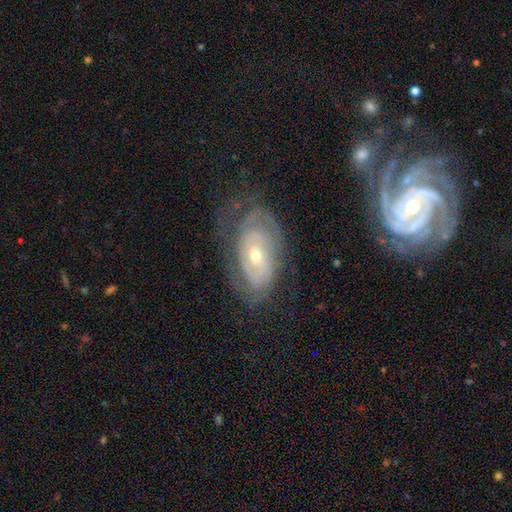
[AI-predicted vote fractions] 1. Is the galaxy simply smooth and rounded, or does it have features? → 79% featured or disk, 14% smooth, 7% star or artifact.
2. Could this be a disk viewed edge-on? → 93% no, 7% yes.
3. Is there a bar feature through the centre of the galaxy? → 70% no, 22% weak, 8% strong.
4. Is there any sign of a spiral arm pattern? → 85% yes, 15% no.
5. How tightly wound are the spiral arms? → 70% tight, 22% medium, 8% loose.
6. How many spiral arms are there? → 44% can't tell, 33% 2, 9% 3, 6% 1, 4% 4, 3% more than 4.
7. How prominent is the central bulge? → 50% small, 46% moderate, 2% large, 1% dominant, 1% none.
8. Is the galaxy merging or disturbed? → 63% none, 20% minor disturbance, 14% major disturbance, 3% merger.